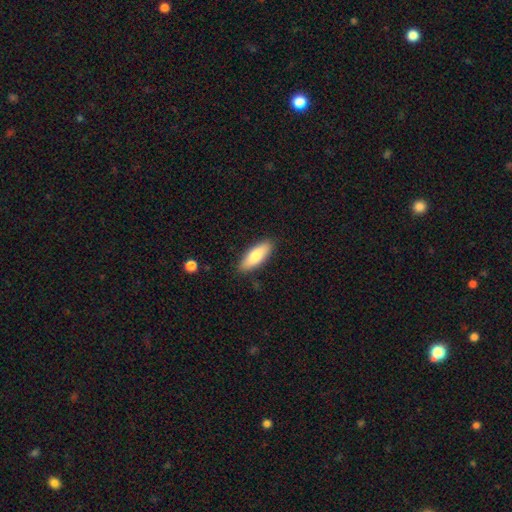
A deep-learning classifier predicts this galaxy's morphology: Overall: smooth (80%). How rounded: in between (64%; cigar-shaped 34%). Merging: none (86%).